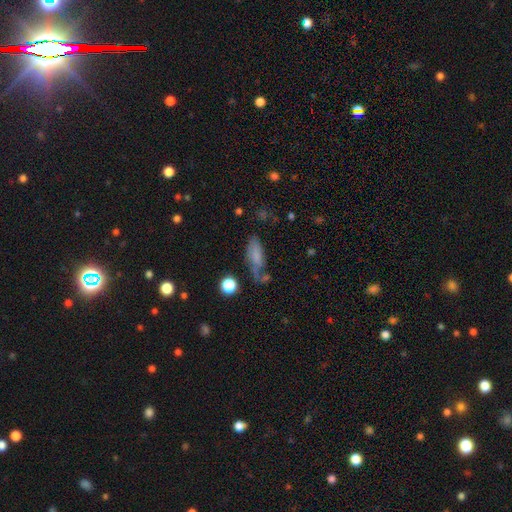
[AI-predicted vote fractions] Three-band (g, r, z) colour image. It shows a smooth galaxy with no disk features (67%) that is in between round and cigar-shaped (72%). Merging: none (42%).